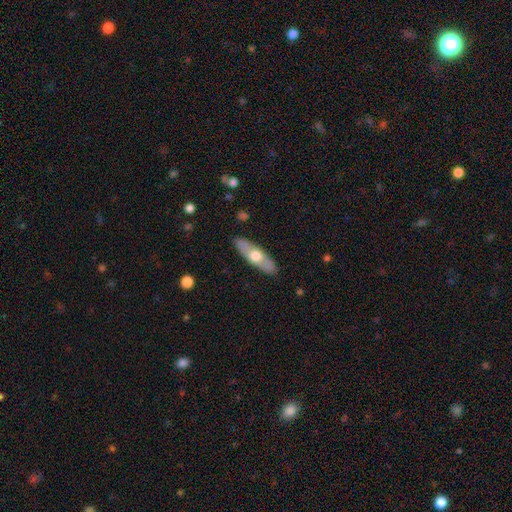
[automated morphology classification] smooth_or_featured: smooth (p=0.50) [alt: featured or disk p=0.45]
merging: none (p=0.88) [alt: minor disturbance p=0.09]